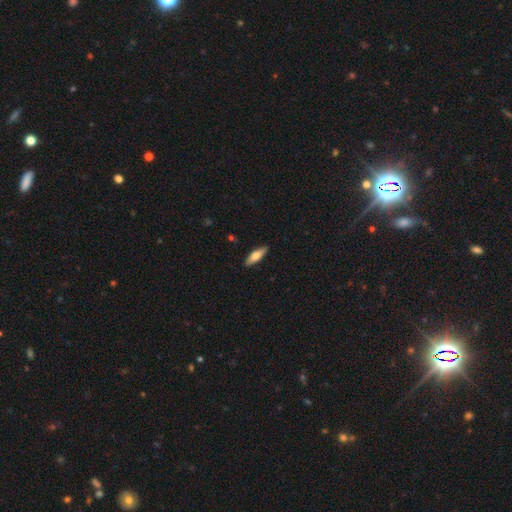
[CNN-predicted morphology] A smooth galaxy with no disk features (65%) that is in between round and cigar-shaped (51%). Merging: none (88%).